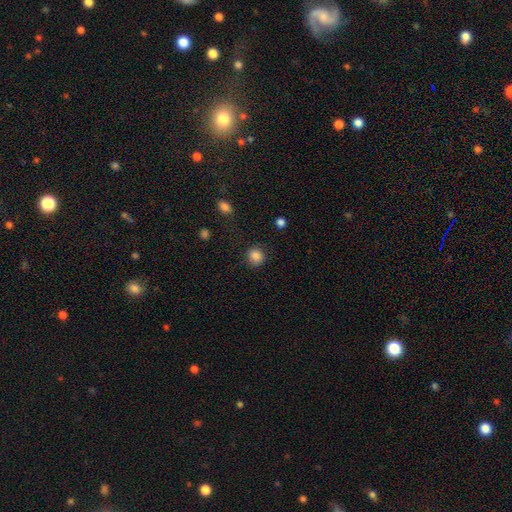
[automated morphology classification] A smooth galaxy with no disk features (85%) that is round (83%).

Vote fractions:
- Smooth or featured? smooth: 85% / star or artifact: 11% / featured or disk: 4%
- How rounded? round: 83% / in between: 16% / cigar-shaped: 1%
- Merging? none: 79% / minor disturbance: 14% / major disturbance: 5% / merger: 2%